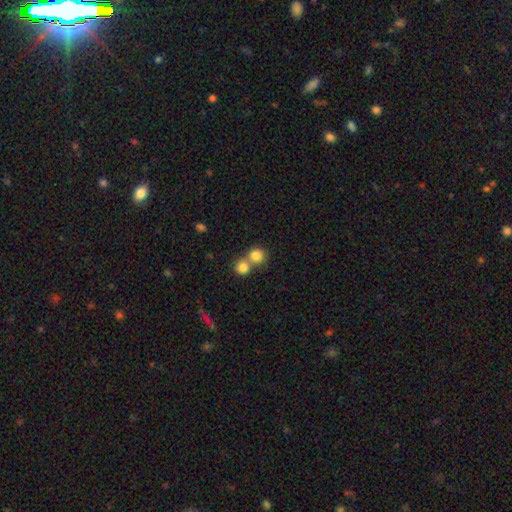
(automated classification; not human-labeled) This is clearly a smooth galaxy (81%). How rounded: clearly round (89%). Merging: possibly merger (47%).